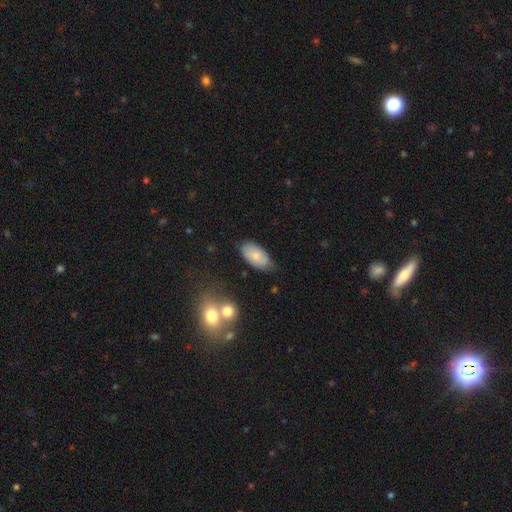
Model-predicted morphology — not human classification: A smooth galaxy with no disk features (74%) that is in between round and cigar-shaped (94%).

Vote fractions:
- Smooth or featured? smooth: 74% / featured or disk: 19% / star or artifact: 7%
- How rounded? in between: 94% / round: 4% / cigar-shaped: 2%
- Merging? none: 71% / minor disturbance: 21% / major disturbance: 4% / merger: 4%